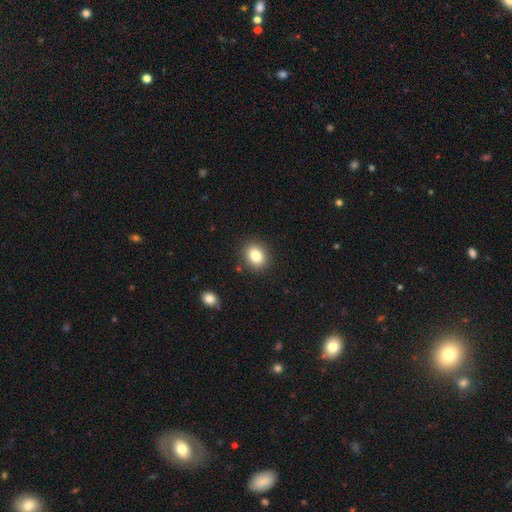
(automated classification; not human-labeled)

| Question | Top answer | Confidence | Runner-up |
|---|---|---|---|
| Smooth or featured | smooth | 82% | star or artifact (10%) |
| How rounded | round | 52% | in between (47%) |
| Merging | none | 88% | minor disturbance (8%) |